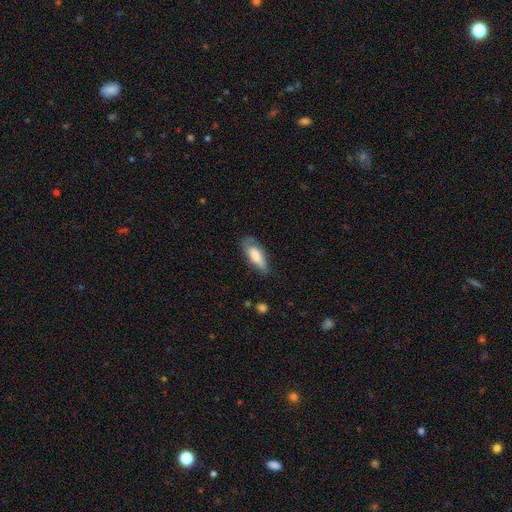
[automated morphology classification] A smooth galaxy with no disk features (72%) that is in between round and cigar-shaped (68%). Merging: none (57%).